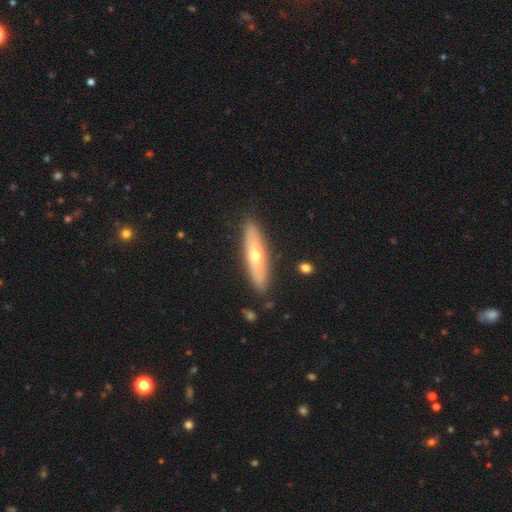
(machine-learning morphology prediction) The model was most divided on "smooth or featured": featured or disk: 49%, smooth: 45%, star or artifact: 7%. More confident: merging — none (87%).